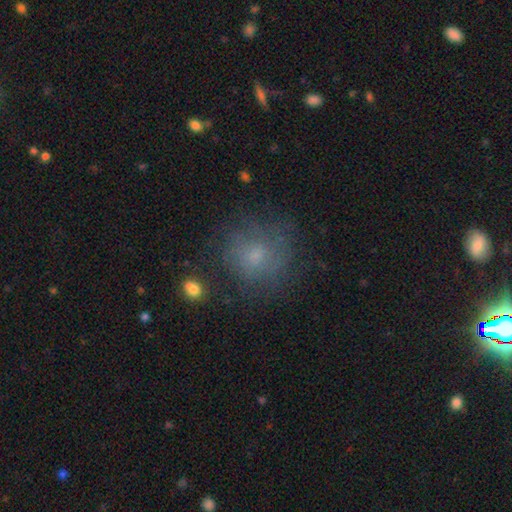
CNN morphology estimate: smooth 64%, featured or disk 21%, star or artifact 15%. Down the decision tree: how rounded — round (86%); merging — none (71%).